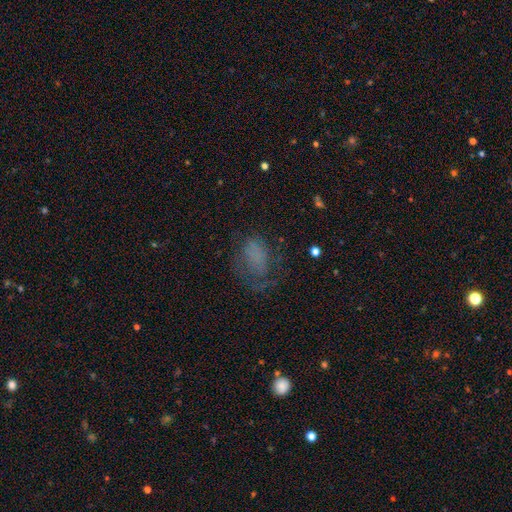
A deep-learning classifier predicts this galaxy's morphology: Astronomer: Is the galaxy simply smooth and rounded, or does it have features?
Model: smooth — 51% (runner-up: featured or disk, 32%).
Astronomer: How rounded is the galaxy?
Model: in between — 77%.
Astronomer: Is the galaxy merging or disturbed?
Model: none — 38% (runner-up: major disturbance, 37%).